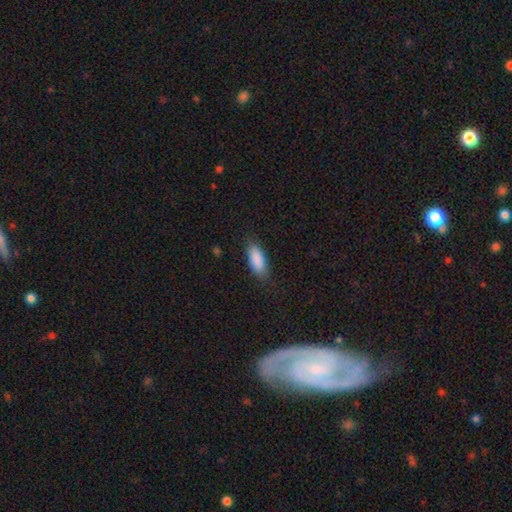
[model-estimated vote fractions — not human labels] This is clearly a smooth galaxy (89%). How rounded: clearly in between (81%). Merging: clearly none (82%).